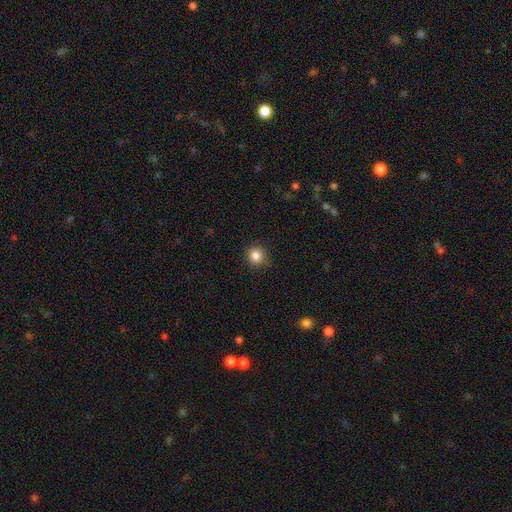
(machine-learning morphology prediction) smooth 85%, star or artifact 11%, featured or disk 4%. Down the decision tree: how rounded — round (91%); merging — none (89%).